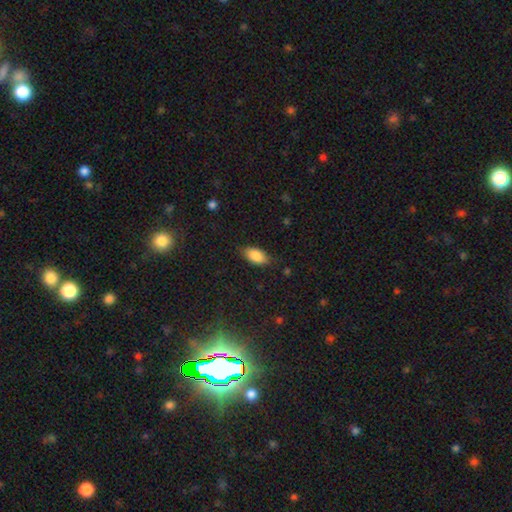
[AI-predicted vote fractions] A smooth galaxy with no disk features (86%) that is in between round and cigar-shaped (92%). Merging: none (79%).